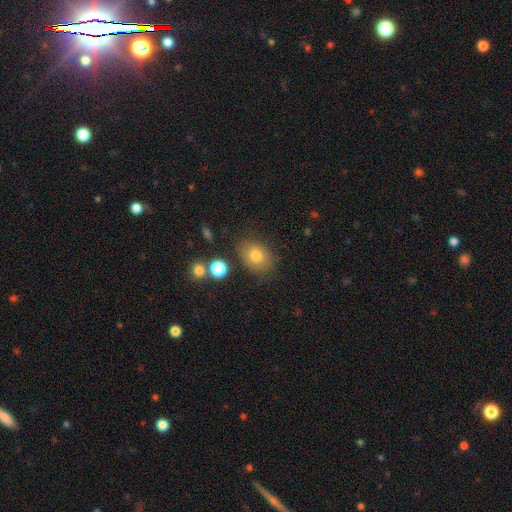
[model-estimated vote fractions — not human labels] smooth 78%, featured or disk 12%, star or artifact 10%. Down the decision tree: how rounded — in between (64%); merging — none (76%).